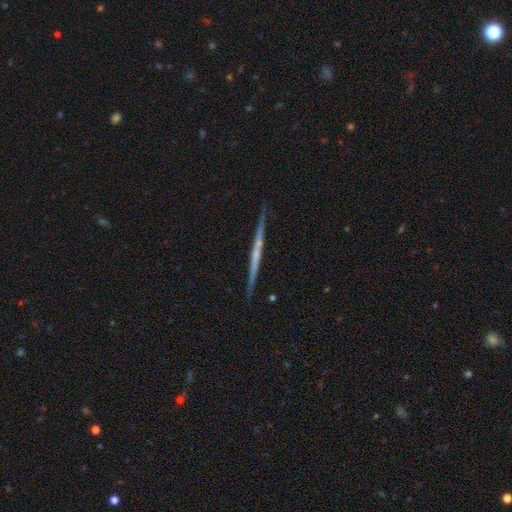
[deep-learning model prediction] Smooth or featured? featured or disk (69%)
Edge-on disk? yes (97%)
Edge-on bulge? none (54%)
Merging? none (90%)